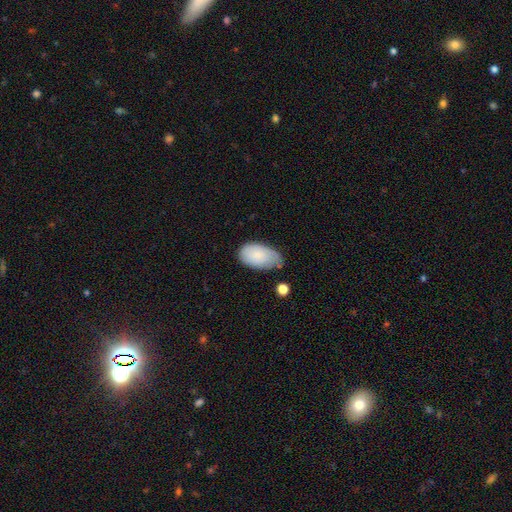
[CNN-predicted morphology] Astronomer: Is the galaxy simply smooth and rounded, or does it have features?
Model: smooth — 80%.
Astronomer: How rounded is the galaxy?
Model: in between — 95%.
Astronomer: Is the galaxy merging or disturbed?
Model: none — 51% (runner-up: minor disturbance, 37%).